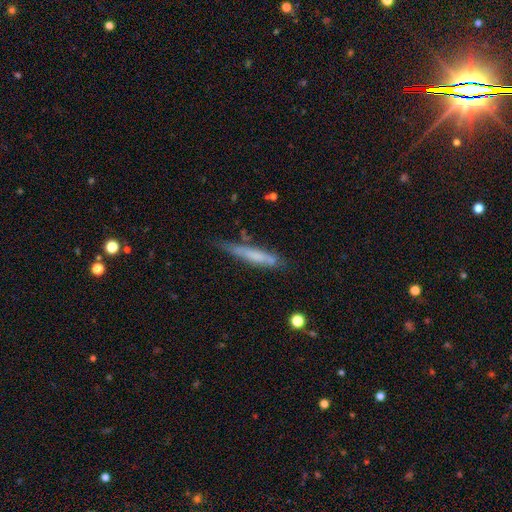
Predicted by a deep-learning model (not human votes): Smooth or featured? smooth (58%)
How rounded? cigar-shaped (91%)
Merging? none (60%)